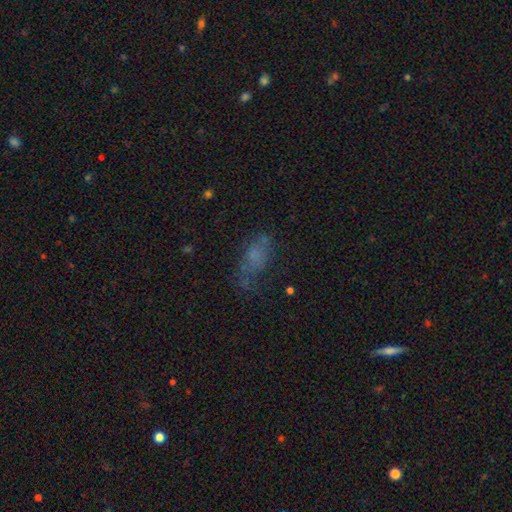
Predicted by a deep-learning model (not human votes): smooth-or-featured: smooth: 55% | featured or disk: 27% | star or artifact: 17%
  how-rounded: in between: 80% | cigar-shaped: 13% | round: 7%
  merging: none: 42% | major disturbance: 28% | minor disturbance: 25% | merger: 5%